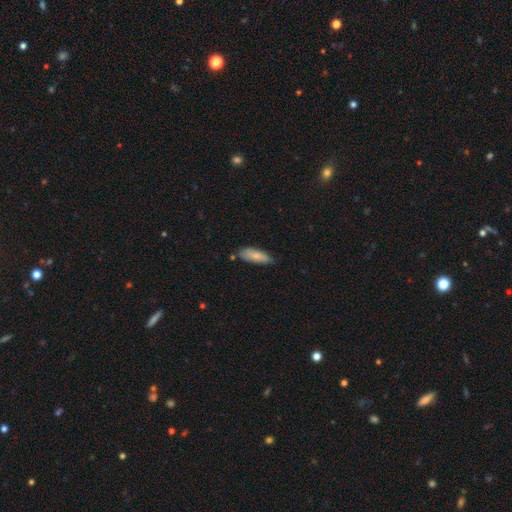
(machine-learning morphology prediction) Smooth or featured? Predicted: smooth (p=0.79). How rounded? Predicted: in between (p=0.66). Merging? Predicted: none (p=0.66).